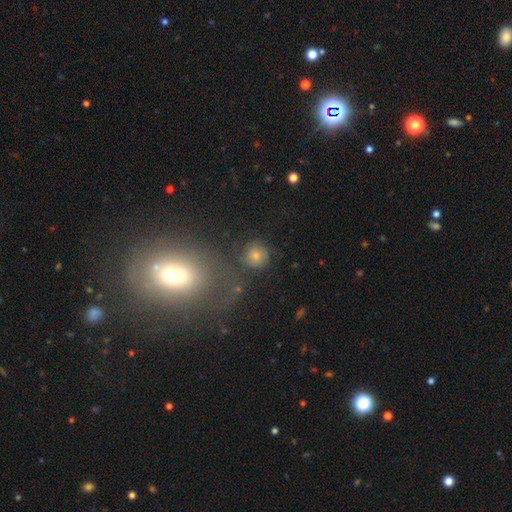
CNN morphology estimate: Overall: smooth (60%; featured or disk 26%). How rounded: round (88%). Merging: none (68%).